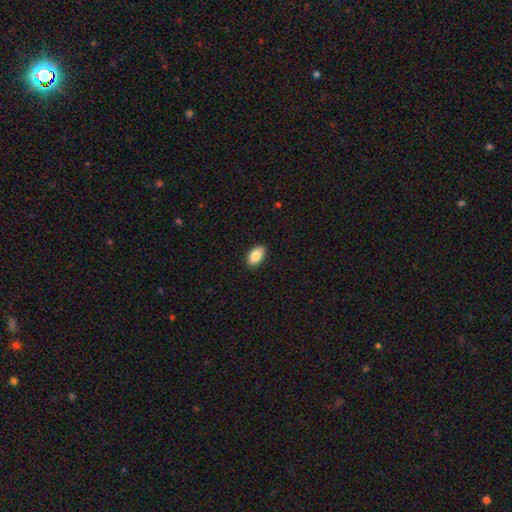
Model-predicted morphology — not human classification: Overall: smooth (85%). How rounded: in between (93%). Merging: none (89%).